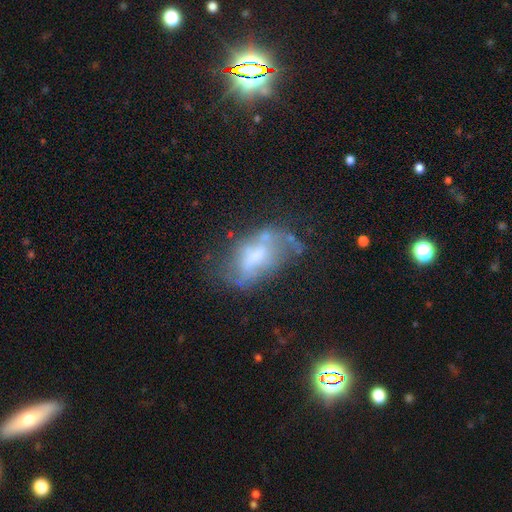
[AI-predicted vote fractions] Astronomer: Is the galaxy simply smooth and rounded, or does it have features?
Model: featured or disk — 51% (runner-up: smooth, 37%).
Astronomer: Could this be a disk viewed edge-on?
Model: no — 92%.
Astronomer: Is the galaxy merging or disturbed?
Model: none — 34% (runner-up: major disturbance, 28%).